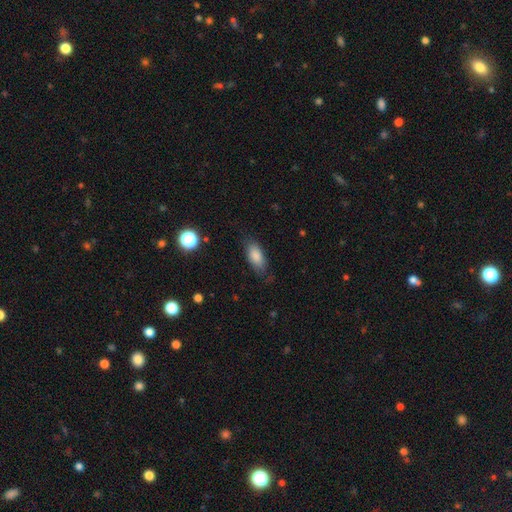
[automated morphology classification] Smooth or featured: smooth — 85% (featured or disk — 8%)
How rounded: in between — 86% (cigar-shaped — 11%)
Merging: none — 75% (minor disturbance — 18%)